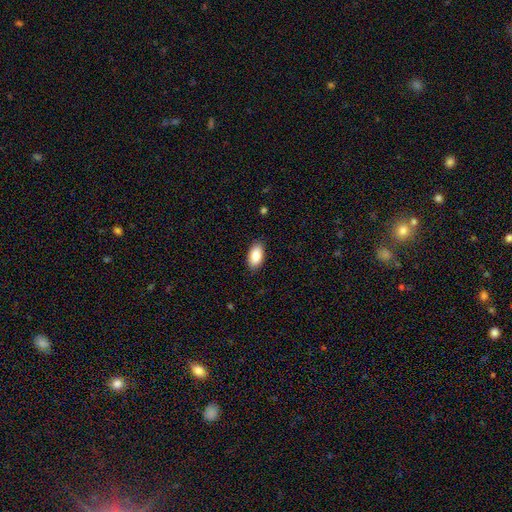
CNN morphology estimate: The model was most divided on "merging": none: 87%, minor disturbance: 10%, major disturbance: 2%, merger: 1%. More confident: how rounded — in between (95%); smooth or featured — smooth (86%).